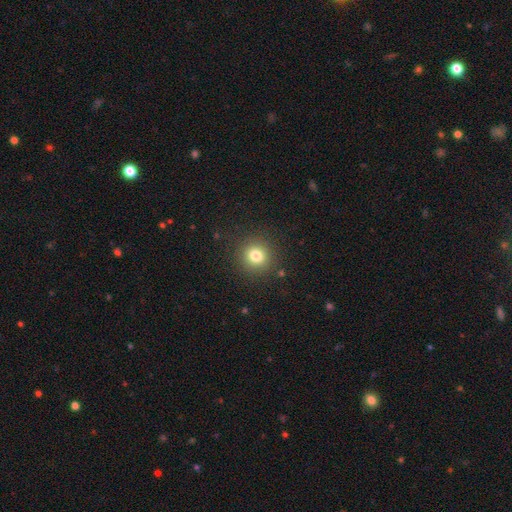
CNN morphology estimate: Smooth or featured? smooth (79%)
How rounded? round (91%)
Merging? none (88%)